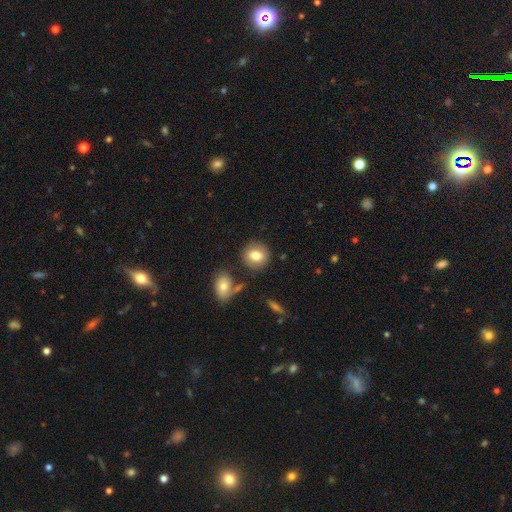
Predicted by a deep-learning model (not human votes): smooth-or-featured: smooth: 79% | featured or disk: 13% | star or artifact: 8%
  how-rounded: round: 79% | in between: 20% | cigar-shaped: 1%
  merging: none: 81% | minor disturbance: 10% | merger: 6% | major disturbance: 3%